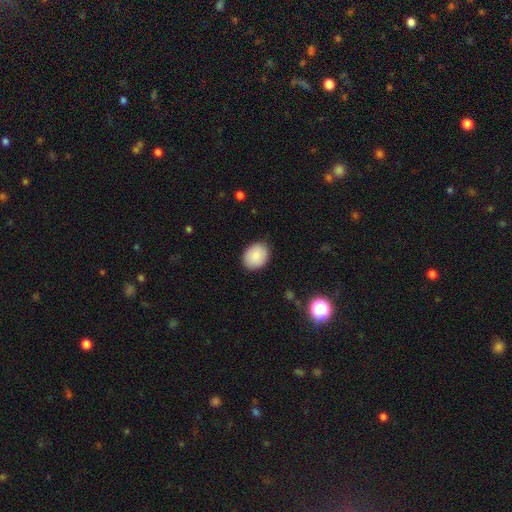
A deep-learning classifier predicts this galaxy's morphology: The model was most divided on "how rounded": in between: 54%, round: 45%, cigar-shaped: 1%. More confident: merging — none (87%); smooth or featured — smooth (87%).